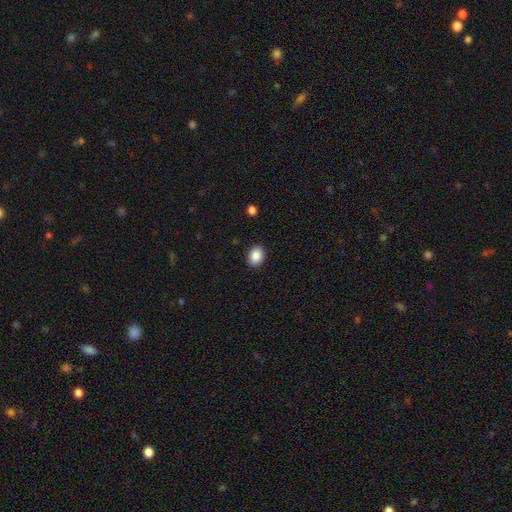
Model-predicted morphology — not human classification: Overall: smooth (87%). How rounded: in between (56%; round 43%). Merging: none (90%).